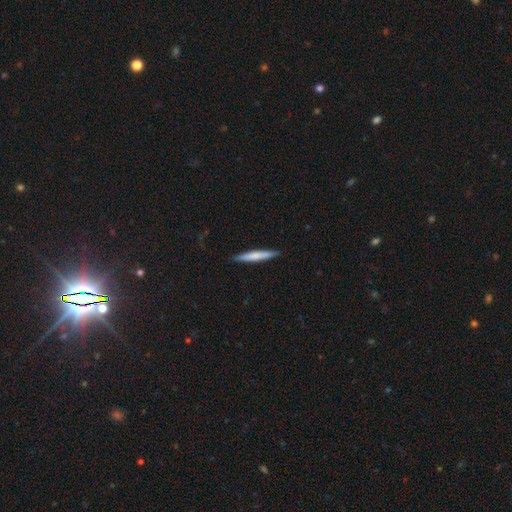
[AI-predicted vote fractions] Overall: smooth (66%; featured or disk 29%). How rounded: cigar-shaped (94%). Merging: none (90%).